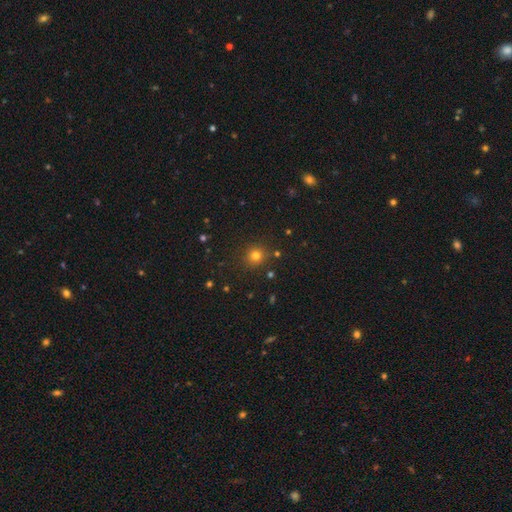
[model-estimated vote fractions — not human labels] Overall: smooth (75%). How rounded: round (92%). Merging: none (86%).